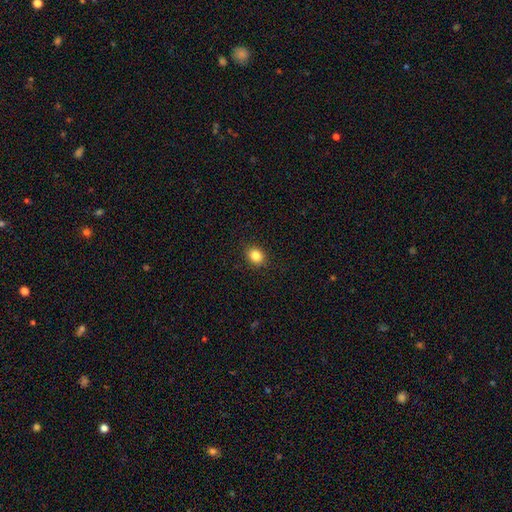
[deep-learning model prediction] Smooth or featured? Predicted: smooth (p=0.84). How rounded? Predicted: round (p=0.59). Merging? Predicted: none (p=0.89).